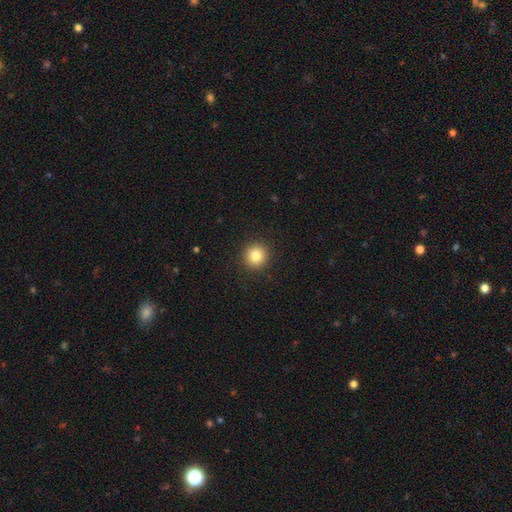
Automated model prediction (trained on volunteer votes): smooth 83%, star or artifact 11%, featured or disk 6%. Down the decision tree: how rounded — round (94%); merging — none (92%).